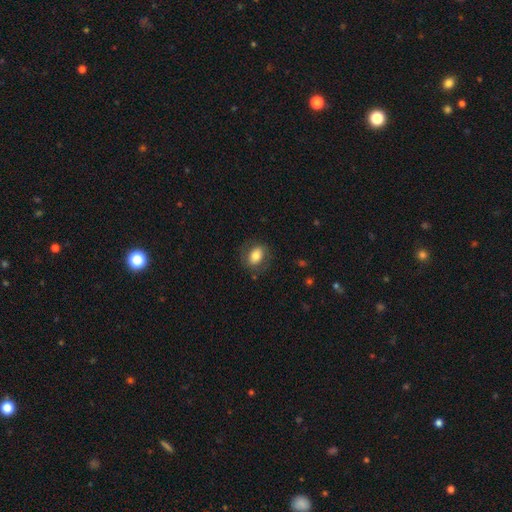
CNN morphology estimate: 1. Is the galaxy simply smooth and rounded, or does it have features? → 74% smooth, 18% featured or disk, 7% star or artifact.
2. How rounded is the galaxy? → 74% in between, 25% round, 1% cigar-shaped.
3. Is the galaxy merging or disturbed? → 76% none, 15% minor disturbance, 8% major disturbance, 1% merger.